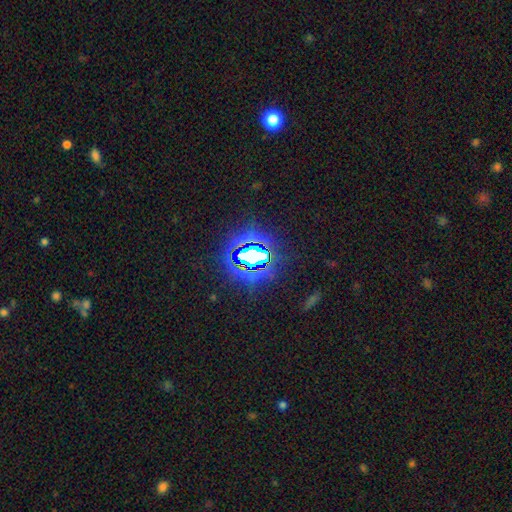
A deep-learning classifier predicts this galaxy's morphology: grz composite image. It shows a star or artifact, not a galaxy (74%).